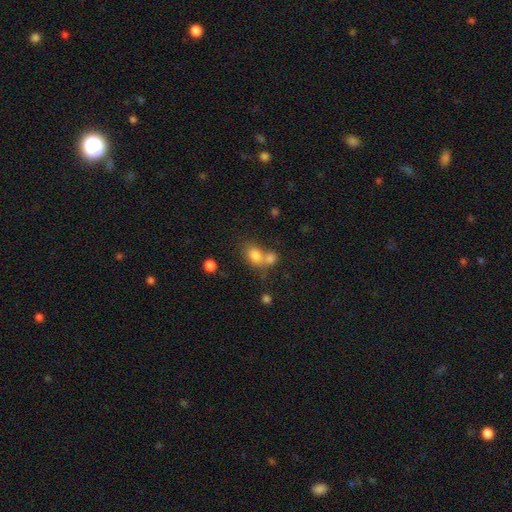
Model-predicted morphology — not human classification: type=smooth (78%); roundness=in between (60%); merging=merger (51%).